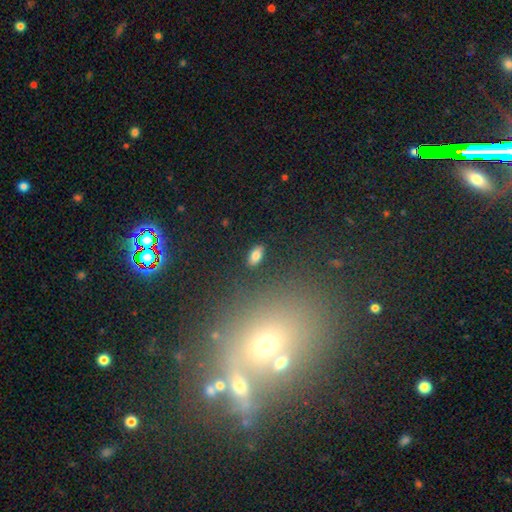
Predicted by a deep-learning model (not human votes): This appears to be a smooth galaxy with no disk features (80%) that is in between round and cigar-shaped (91%). Merging: none (88%).